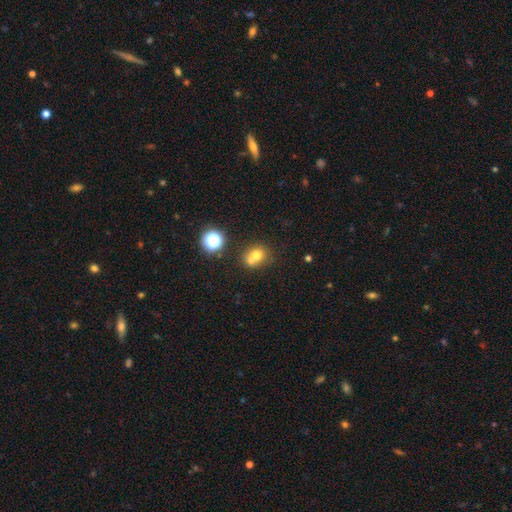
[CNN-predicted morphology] type=smooth (69%); roundness=round (69%); merging=merger (50%).